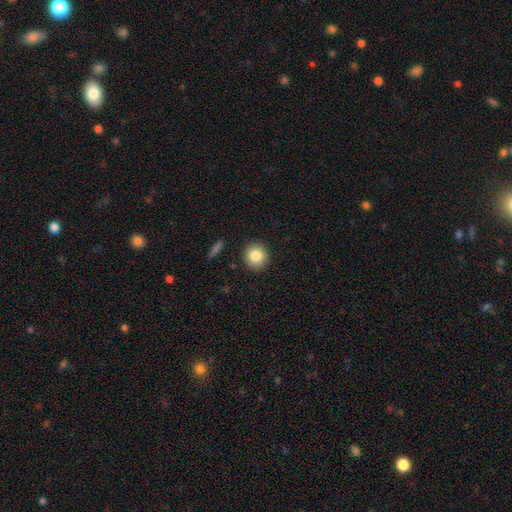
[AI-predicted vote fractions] Overall: smooth (84%). How rounded: round (88%). Merging: none (90%).